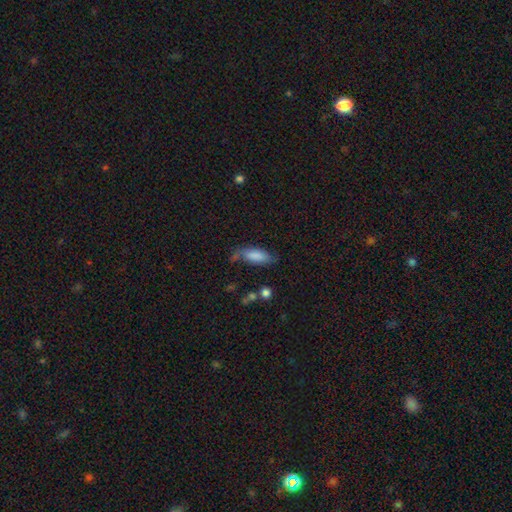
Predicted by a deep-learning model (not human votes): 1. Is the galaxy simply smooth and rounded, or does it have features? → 79% smooth, 14% featured or disk, 7% star or artifact.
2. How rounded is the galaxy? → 76% in between, 22% cigar-shaped, 2% round.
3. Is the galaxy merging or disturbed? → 55% none, 30% minor disturbance, 11% major disturbance, 5% merger.